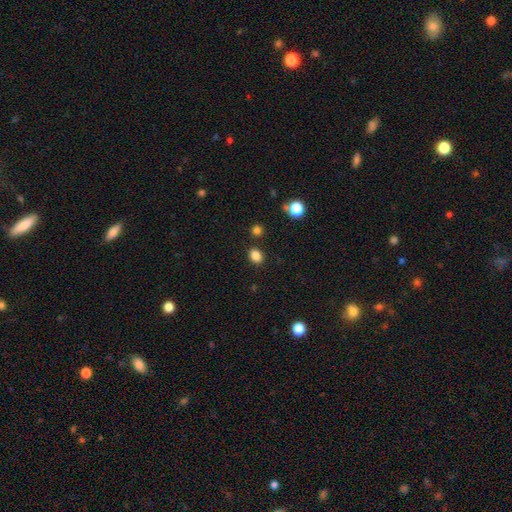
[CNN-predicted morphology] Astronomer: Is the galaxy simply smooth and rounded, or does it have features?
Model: smooth — 84%.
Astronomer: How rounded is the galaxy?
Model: in between — 53% (runner-up: round, 46%).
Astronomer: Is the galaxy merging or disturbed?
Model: none — 85%.